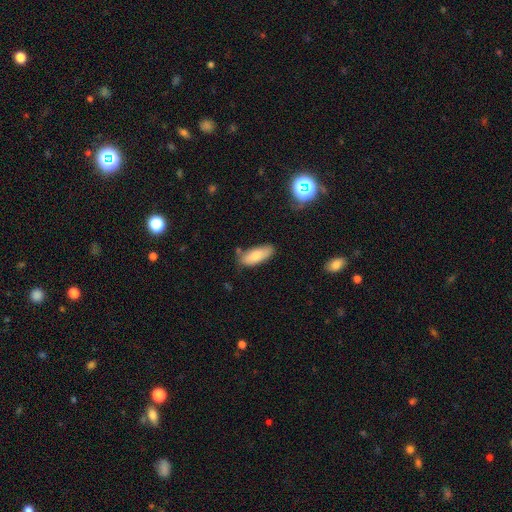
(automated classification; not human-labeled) Smooth or featured?
  - smooth: 80% *
  - featured or disk: 13%
  - star or artifact: 7%
How rounded?
  - in between: 79% *
  - cigar-shaped: 19%
  - round: 2%
Merging?
  - none: 68% *
  - minor disturbance: 22%
  - merger: 5%
  - major disturbance: 4%